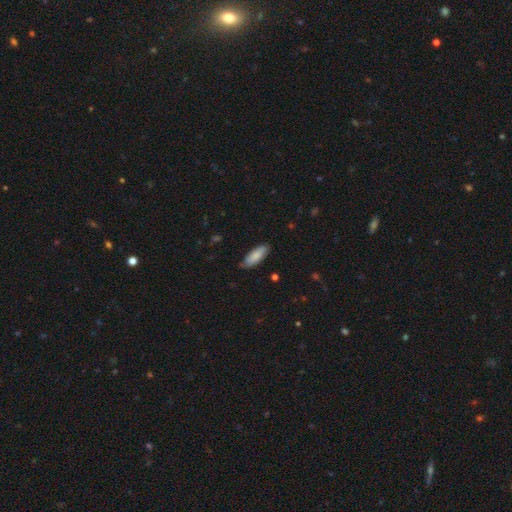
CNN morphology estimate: Overall: smooth (83%). How rounded: in between (66%; cigar-shaped 32%). Merging: none (80%).